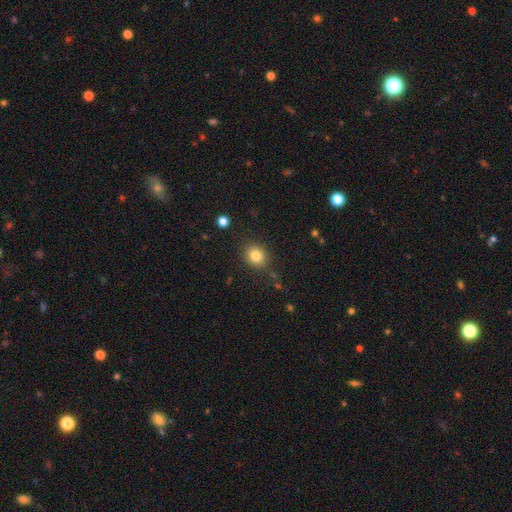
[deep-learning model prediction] Smooth or featured? smooth (83%)
How rounded? round (74%)
Merging? none (85%)